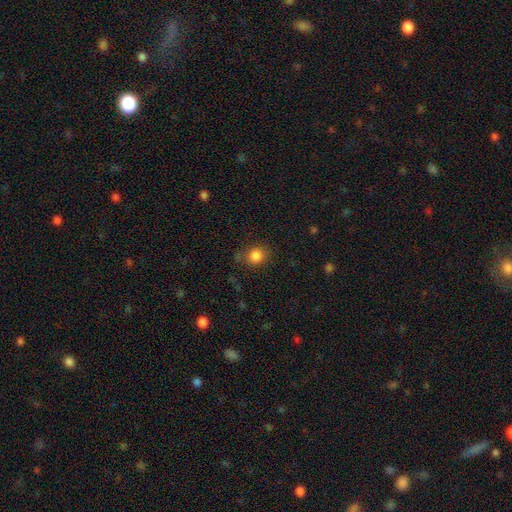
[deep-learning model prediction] This is clearly a smooth galaxy (84%). How rounded: likely round (76%). Merging: likely none (75%).